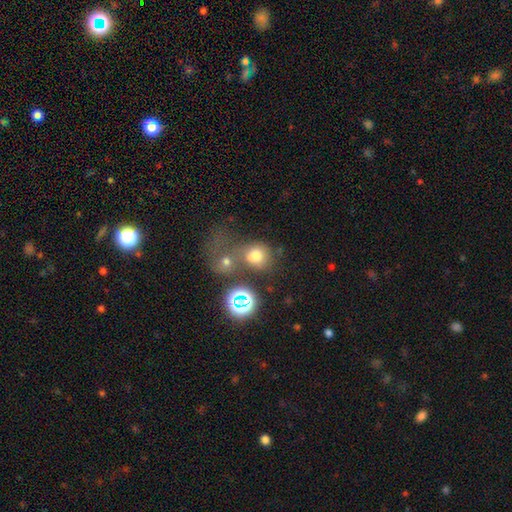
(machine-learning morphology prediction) smooth_or_featured: smooth (p=0.68) [alt: star or artifact p=0.20]
how_rounded: round (p=0.77) [alt: in between p=0.22]
merging: merger (p=0.41) [alt: none p=0.36]